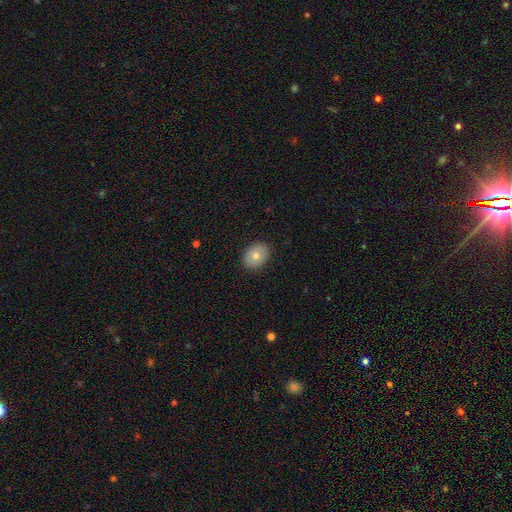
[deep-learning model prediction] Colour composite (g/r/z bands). It shows a smooth galaxy with no disk features (75%) that is in between round and cigar-shaped (66%). Merging: none (89%).